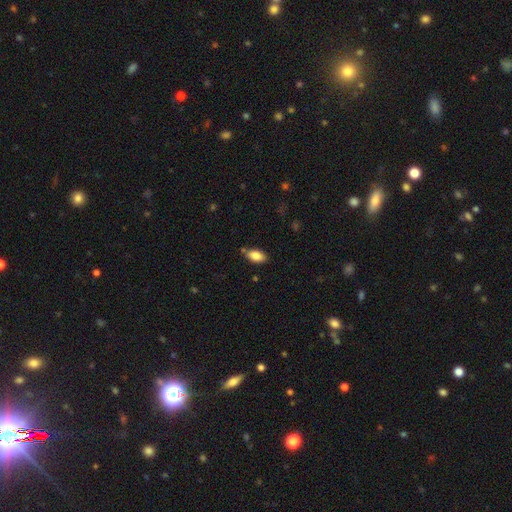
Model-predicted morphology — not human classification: smooth-or-featured: smooth: 86% | star or artifact: 7% | featured or disk: 7%
  how-rounded: in between: 93% | cigar-shaped: 4% | round: 4%
  merging: none: 77% | minor disturbance: 15% | merger: 5% | major disturbance: 3%